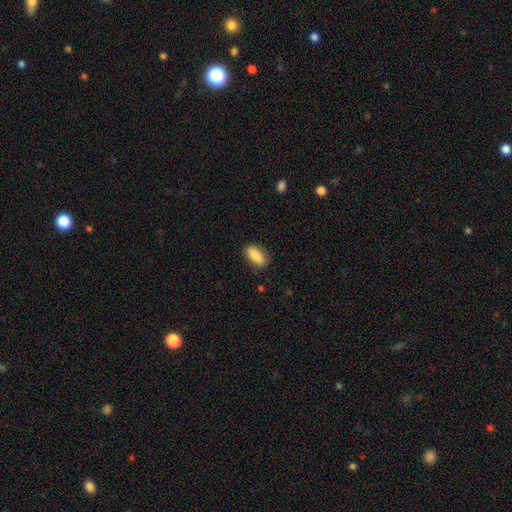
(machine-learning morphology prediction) A smooth galaxy with no disk features (85%) that is in between round and cigar-shaped (83%).

Vote fractions:
- Smooth or featured? smooth: 85% / featured or disk: 8% / star or artifact: 7%
- How rounded? in between: 83% / cigar-shaped: 14% / round: 3%
- Merging? none: 84% / minor disturbance: 12% / major disturbance: 3% / merger: 1%